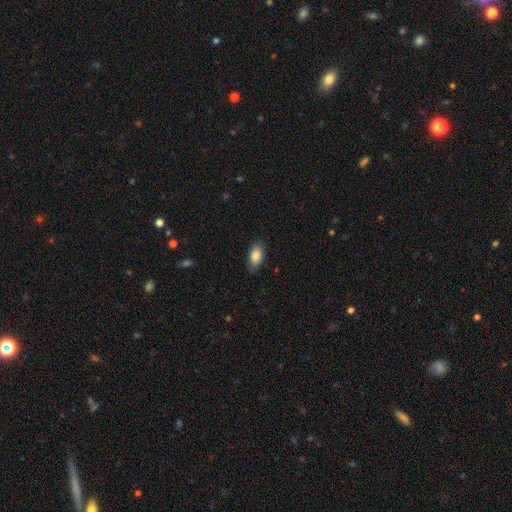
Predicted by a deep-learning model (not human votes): Smooth or featured?
  - smooth: 86% *
  - featured or disk: 7%
  - star or artifact: 7%
How rounded?
  - in between: 92% *
  - round: 4%
  - cigar-shaped: 4%
Merging?
  - none: 85% *
  - minor disturbance: 12%
  - major disturbance: 3%
  - merger: 1%